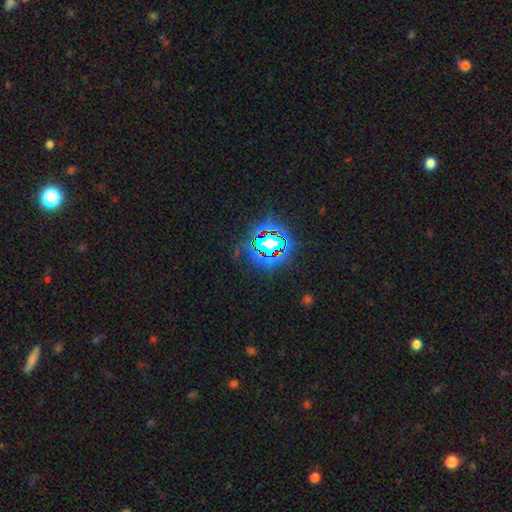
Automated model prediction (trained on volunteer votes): star or artifact 82%, smooth 11%, featured or disk 7%.